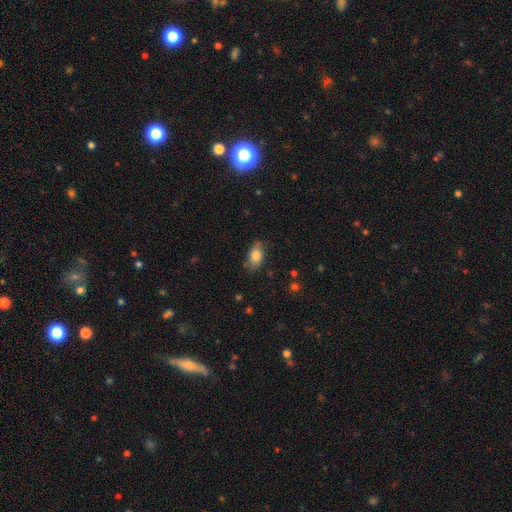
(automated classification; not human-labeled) Smooth or featured?
  - smooth: 80% *
  - featured or disk: 13%
  - star or artifact: 8%
How rounded?
  - in between: 89% *
  - round: 8%
  - cigar-shaped: 3%
Merging?
  - none: 75% *
  - minor disturbance: 20%
  - major disturbance: 4%
  - merger: 1%